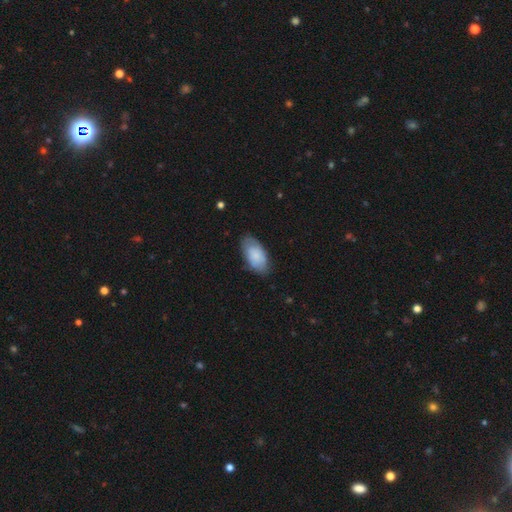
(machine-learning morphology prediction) The model was most divided on "merging": none: 76%, minor disturbance: 19%, major disturbance: 4%, merger: 1%. More confident: how rounded — in between (95%); smooth or featured — smooth (80%).